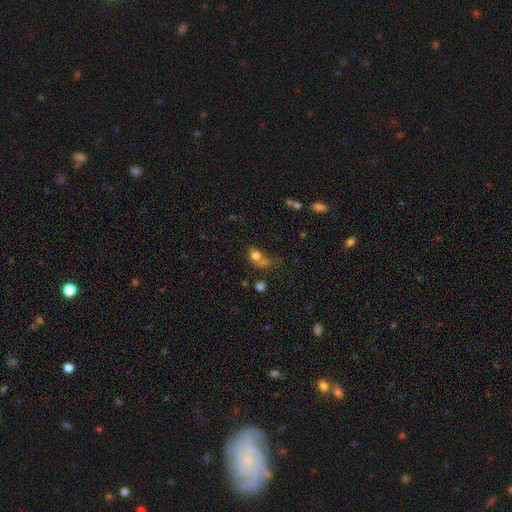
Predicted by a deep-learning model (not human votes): Smooth or featured? Predicted: smooth (p=0.74). How rounded? Predicted: round (p=0.54). Merging? Predicted: none (p=0.34).